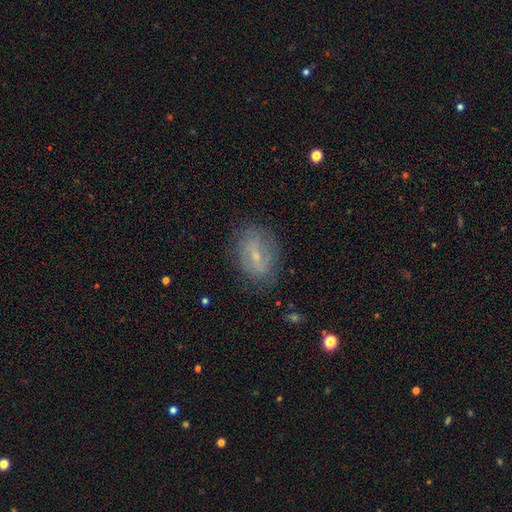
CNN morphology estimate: Smooth or featured? Predicted: featured or disk (p=0.50). Merging? Predicted: none (p=0.78).